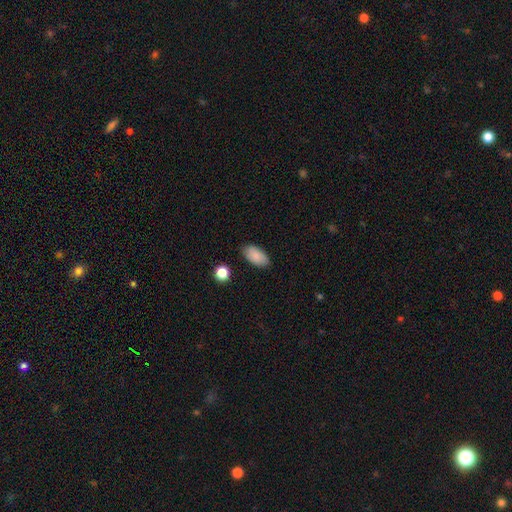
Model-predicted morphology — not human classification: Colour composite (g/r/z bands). It shows a smooth galaxy with no disk features (87%) that is in between round and cigar-shaped (94%). Merging: none (84%).